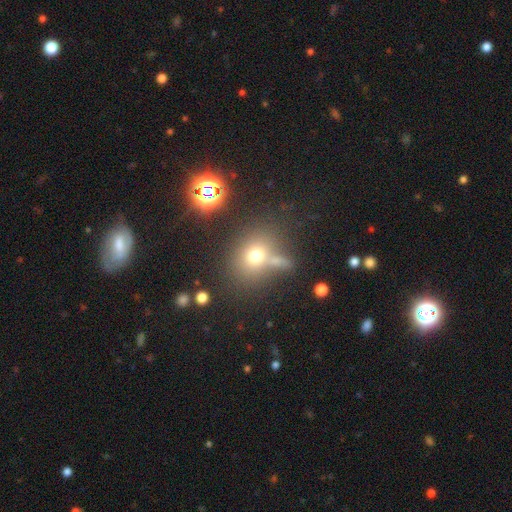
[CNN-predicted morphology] Overall: smooth (69%). How rounded: round (64%; in between 35%). Merging: none (59%; merger 20%).